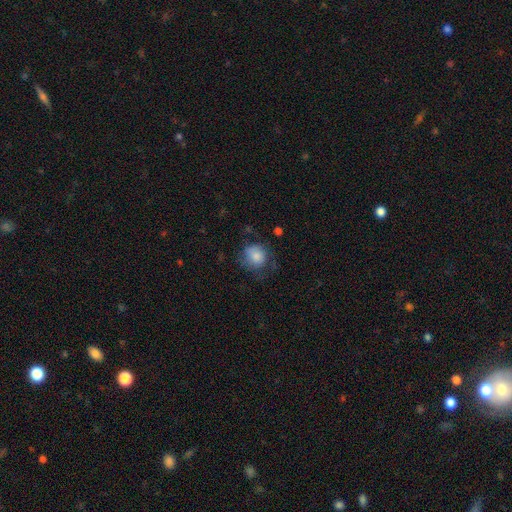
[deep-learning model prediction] Overall: smooth (79%). How rounded: round (81%). Merging: none (57%; minor disturbance 26%).